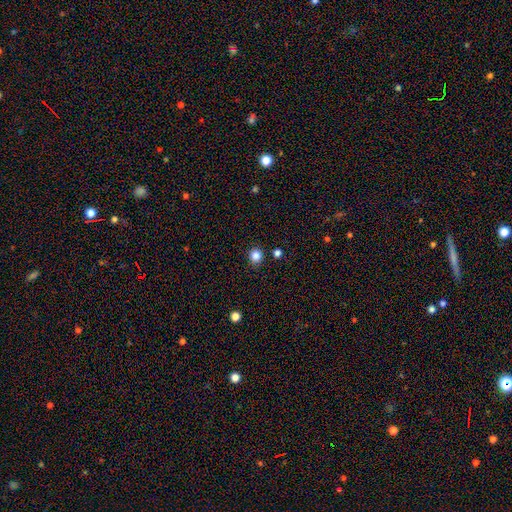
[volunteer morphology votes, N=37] Volunteers were most divided on "merging": none: 89%, merger: 9%, minor disturbance: 3%, major disturbance: 0%. More confident: how rounded — round (94%); smooth or featured — smooth (89%).